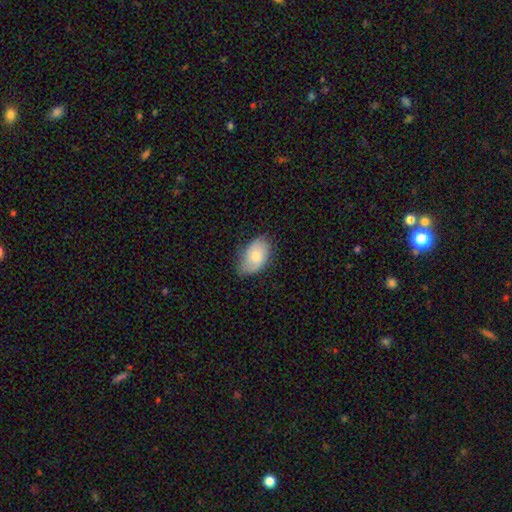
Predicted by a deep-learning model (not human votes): A smooth galaxy with no disk features (69%) that is in between round and cigar-shaped (90%).

Vote fractions:
- Smooth or featured? smooth: 69% / featured or disk: 25% / star or artifact: 7%
- How rounded? in between: 90% / round: 9% / cigar-shaped: 1%
- Merging? none: 69% / minor disturbance: 25% / major disturbance: 5% / merger: 1%